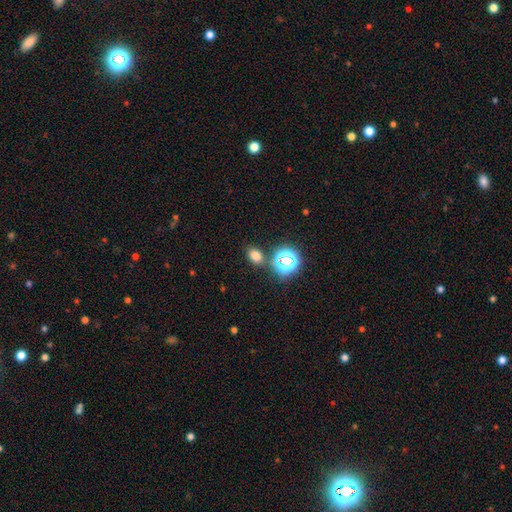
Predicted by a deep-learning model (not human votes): Smooth or featured: smooth — 71% (star or artifact — 23%)
How rounded: in between — 67% (round — 31%)
Merging: none — 77% (minor disturbance — 10%)